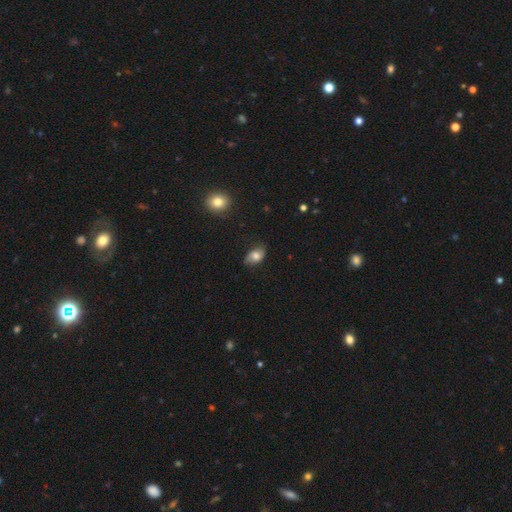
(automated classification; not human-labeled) Smooth or featured? smooth (65%)
How rounded? in between (87%)
Merging? none (73%)